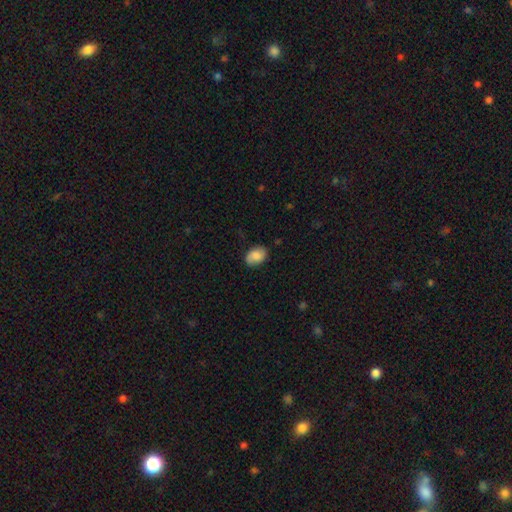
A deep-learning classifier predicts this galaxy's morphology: This appears to be a smooth galaxy with no disk features (75%) that is in between round and cigar-shaped (82%). Merging: none (77%).